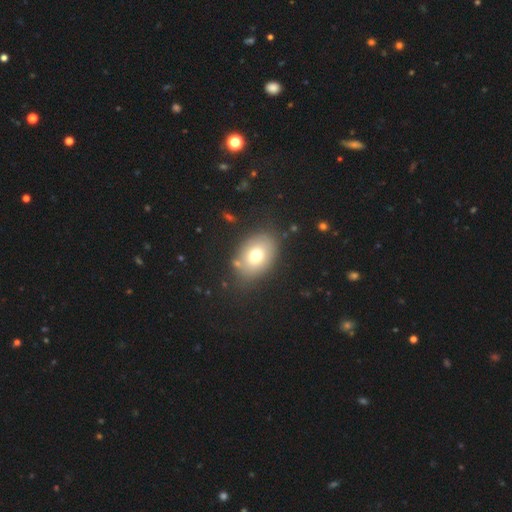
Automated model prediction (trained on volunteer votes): A smooth galaxy with no disk features (72%) that is in between round and cigar-shaped (71%).

Vote fractions:
- Smooth or featured? smooth: 72% / featured or disk: 17% / star or artifact: 11%
- How rounded? in between: 71% / round: 28% / cigar-shaped: 1%
- Merging? none: 79% / minor disturbance: 13% / major disturbance: 5% / merger: 4%